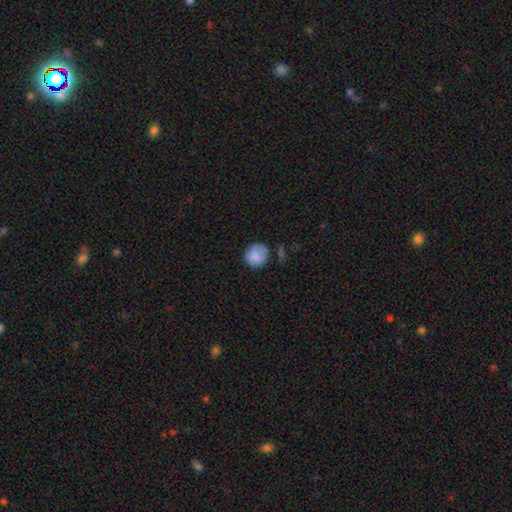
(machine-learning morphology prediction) This appears to be a smooth galaxy with no disk features (86%) that is round (87%). Merging: none (71%).